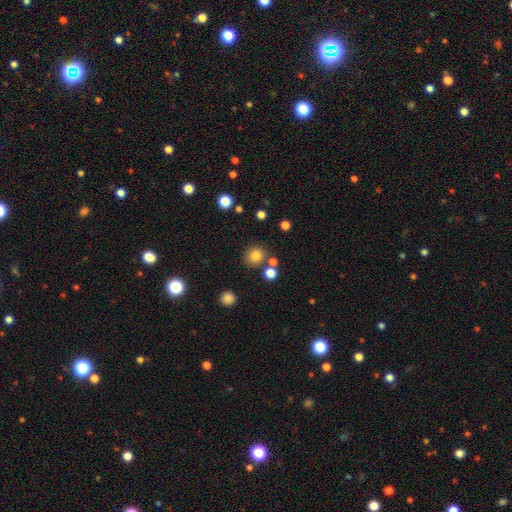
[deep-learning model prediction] Q: Smooth or featured?
A: smooth (81%); runner-up: star or artifact (13%)
Q: How rounded?
A: round (89%); runner-up: in between (10%)
Q: Merging?
A: none (79%); runner-up: merger (9%)